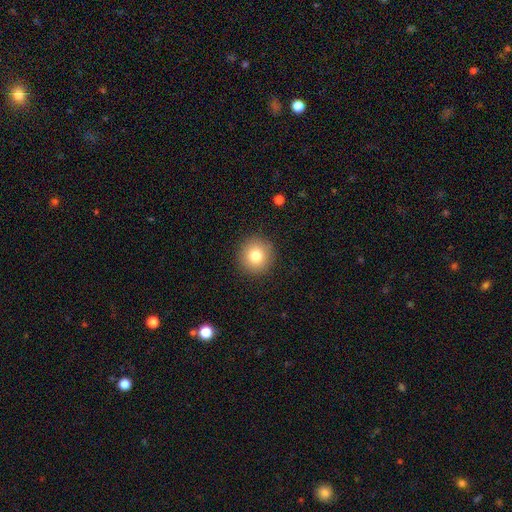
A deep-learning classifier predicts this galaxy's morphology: The model was most divided on "smooth or featured": smooth: 80%, star or artifact: 11%, featured or disk: 10%. More confident: how rounded — round (94%); merging — none (91%).